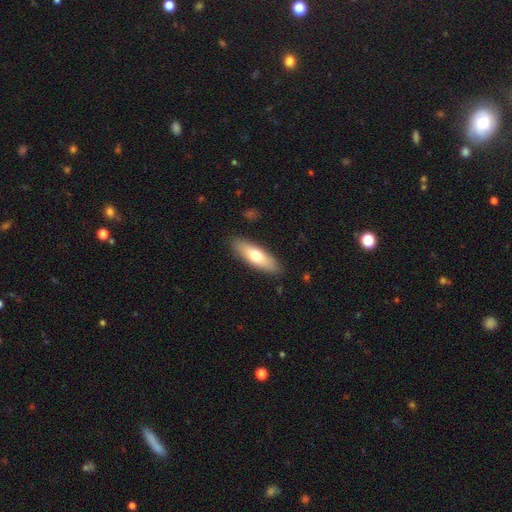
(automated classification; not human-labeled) Smooth or featured? Predicted: smooth (p=0.67). How rounded? Predicted: in between (p=0.53). Merging? Predicted: none (p=0.87).